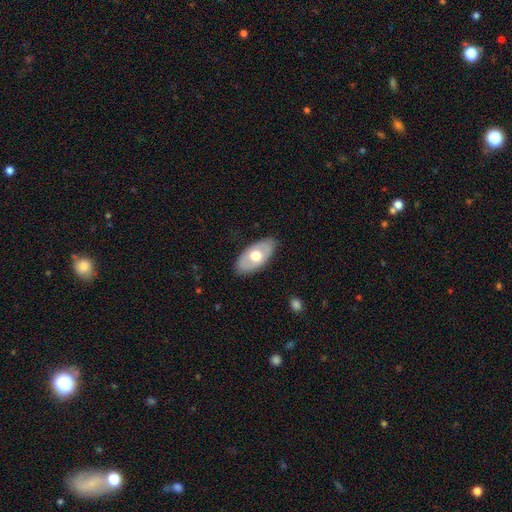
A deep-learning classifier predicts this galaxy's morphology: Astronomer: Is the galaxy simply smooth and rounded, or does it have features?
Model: smooth — 53% (runner-up: featured or disk, 42%).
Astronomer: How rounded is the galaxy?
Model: in between — 93%.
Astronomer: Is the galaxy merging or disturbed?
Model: none — 83%.